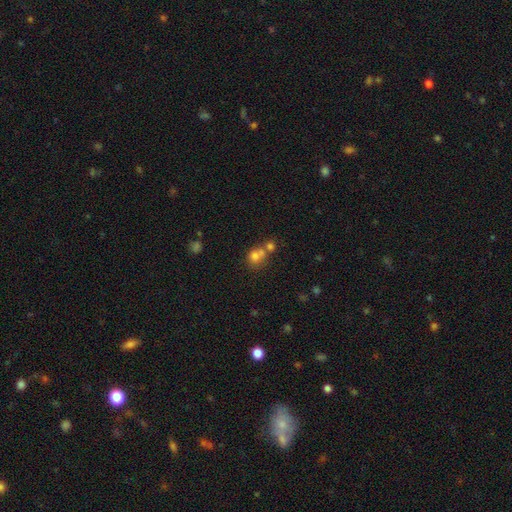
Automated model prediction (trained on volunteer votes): Smooth or featured? Predicted: smooth (p=0.72). How rounded? Predicted: round (p=0.76). Merging? Predicted: merger (p=0.54).